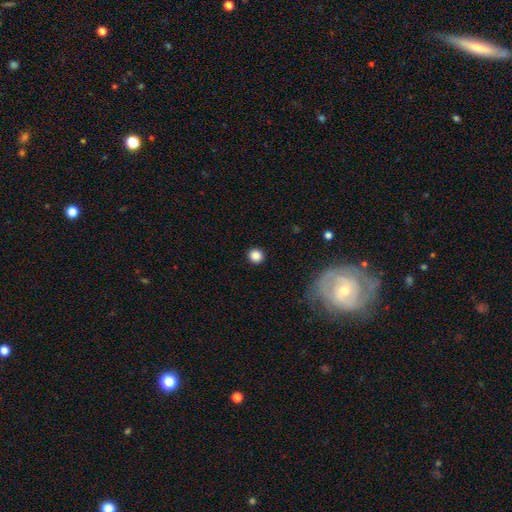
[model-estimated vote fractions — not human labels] This is clearly a smooth galaxy (86%). How rounded: clearly round (92%). Merging: clearly none (91%).